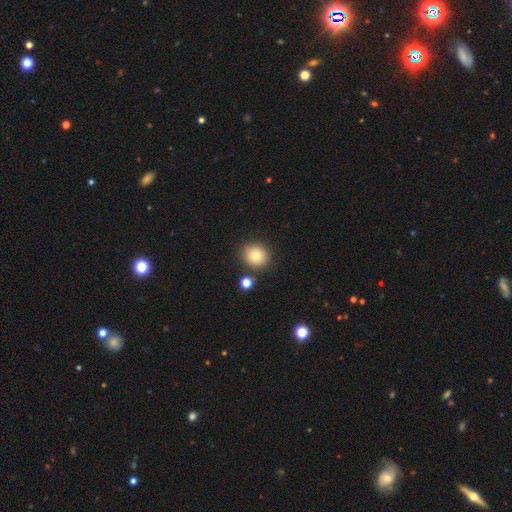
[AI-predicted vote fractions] Overall: smooth (79%). How rounded: round (87%). Merging: none (84%).